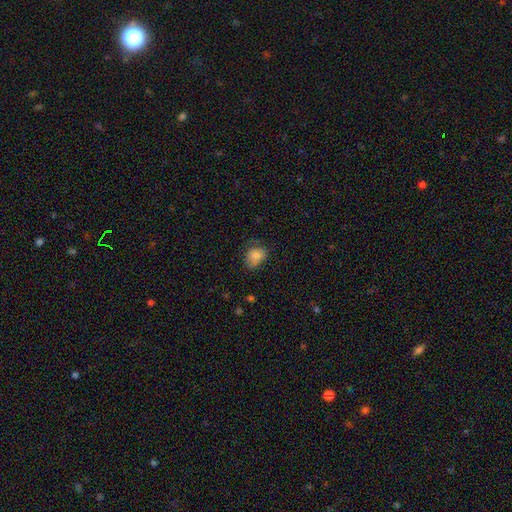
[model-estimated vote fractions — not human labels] smooth_or_featured: smooth (p=0.83) [alt: star or artifact p=0.10]
how_rounded: in between (p=0.62) [alt: round p=0.36]
merging: none (p=0.54) [alt: minor disturbance p=0.31]